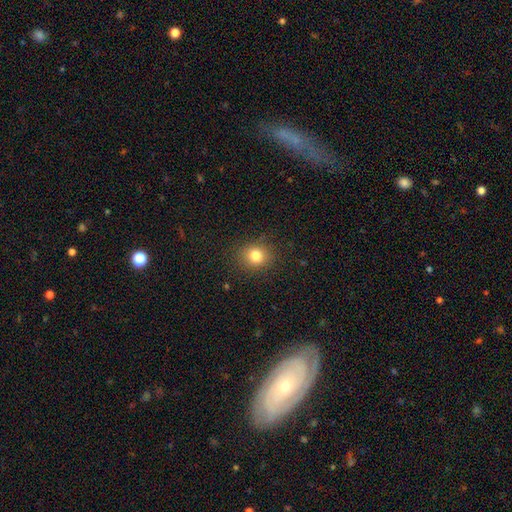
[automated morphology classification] Overall: smooth (81%). How rounded: round (74%). Merging: none (87%).